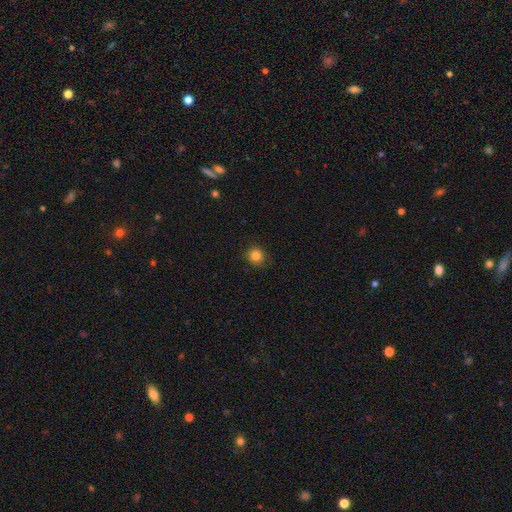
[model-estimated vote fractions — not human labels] This is clearly a smooth galaxy (83%). How rounded: clearly round (87%). Merging: clearly none (89%).